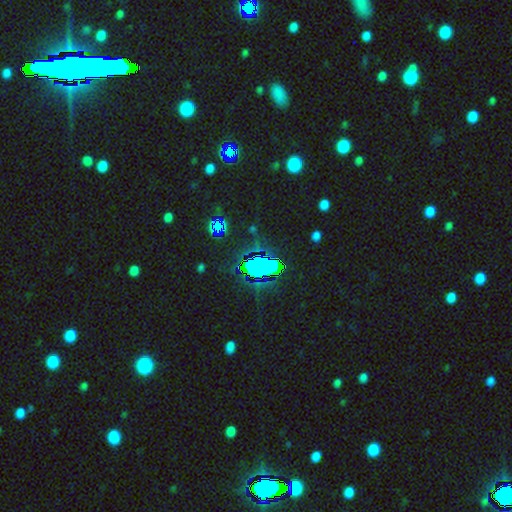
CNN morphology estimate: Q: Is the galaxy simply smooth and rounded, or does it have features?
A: star or artifact — 82%.